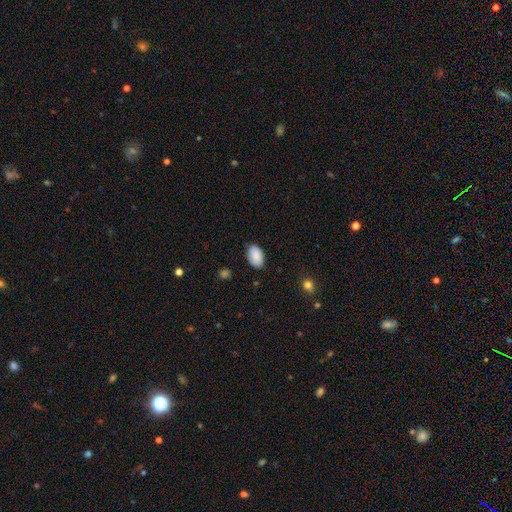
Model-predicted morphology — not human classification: A smooth galaxy with no disk features (87%) that is in between round and cigar-shaped (92%). Merging: none (83%).